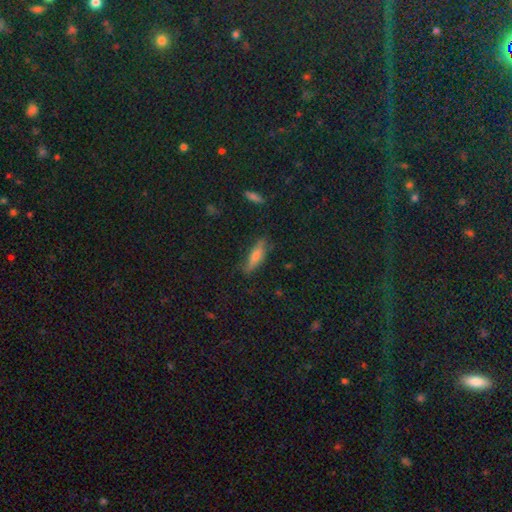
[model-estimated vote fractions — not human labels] Smooth or featured? Predicted: smooth (p=0.61). How rounded? Predicted: cigar-shaped (p=0.62). Merging? Predicted: none (p=0.77).